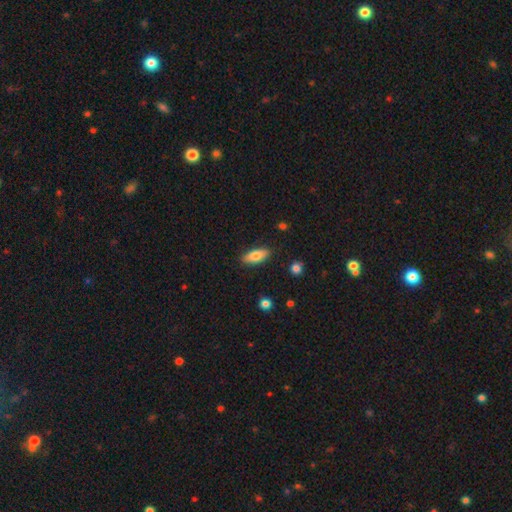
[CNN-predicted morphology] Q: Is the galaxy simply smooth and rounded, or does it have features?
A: smooth — 80%.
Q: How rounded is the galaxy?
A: in between — 79%.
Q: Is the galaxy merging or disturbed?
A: none — 87%.